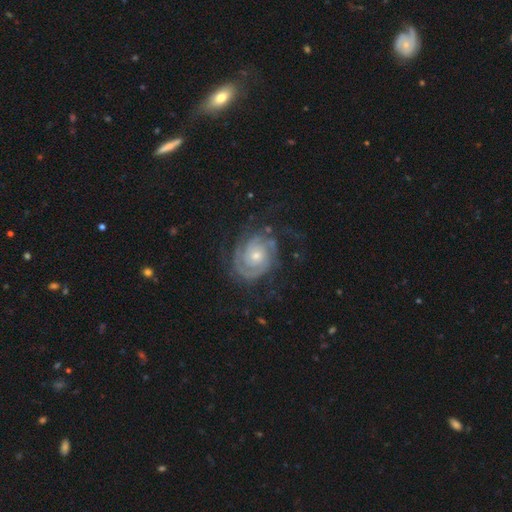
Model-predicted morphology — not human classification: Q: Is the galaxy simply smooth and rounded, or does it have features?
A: featured or disk — 89%.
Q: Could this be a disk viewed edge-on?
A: no — 98%.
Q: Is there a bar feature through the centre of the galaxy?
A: no — 77%.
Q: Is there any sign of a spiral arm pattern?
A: yes — 97%.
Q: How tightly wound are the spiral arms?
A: tight — 77%.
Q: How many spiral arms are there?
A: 2 — 45%.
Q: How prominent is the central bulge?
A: small — 50%.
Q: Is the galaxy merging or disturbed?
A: none — 68%.